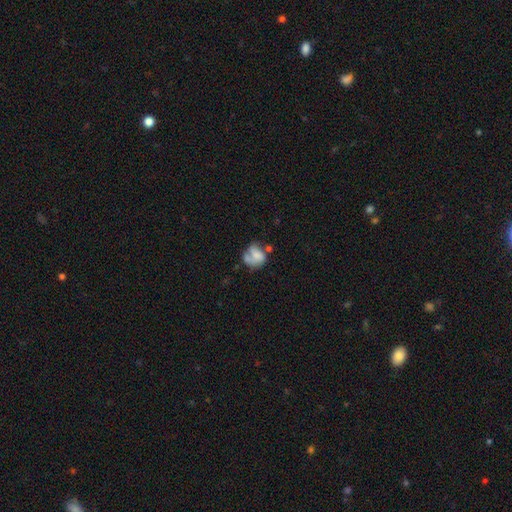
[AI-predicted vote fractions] smooth_or_featured: smooth (p=0.51) [alt: featured or disk p=0.39]
how_rounded: round (p=0.54) [alt: in between p=0.45]
merging: none (p=0.31) [alt: major disturbance p=0.24]